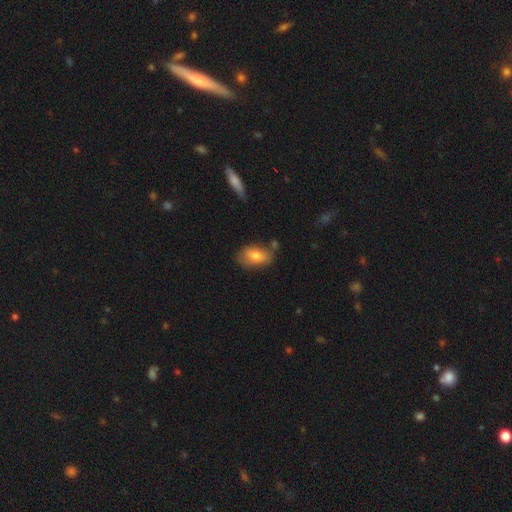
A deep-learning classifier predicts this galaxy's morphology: Overall: smooth (71%). How rounded: in between (90%). Merging: none (70%).